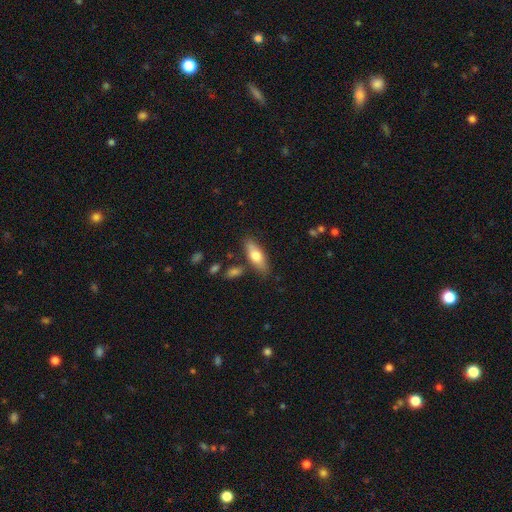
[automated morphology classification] smooth-or-featured: smooth: 68% | featured or disk: 26% | star or artifact: 6%
  how-rounded: in between: 64% | cigar-shaped: 34% | round: 3%
  merging: none: 79% | minor disturbance: 13% | merger: 5% | major disturbance: 3%